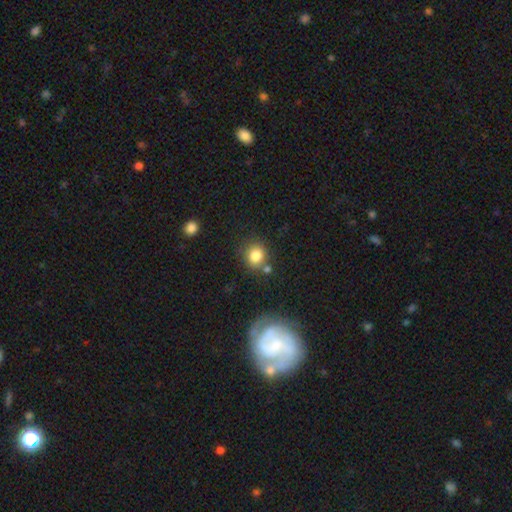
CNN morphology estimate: A smooth galaxy with no disk features (83%) that is round (78%).

Vote fractions:
- Smooth or featured? smooth: 83% / star or artifact: 11% / featured or disk: 6%
- How rounded? round: 78% / in between: 21% / cigar-shaped: 1%
- Merging? none: 72% / minor disturbance: 12% / merger: 12% / major disturbance: 4%